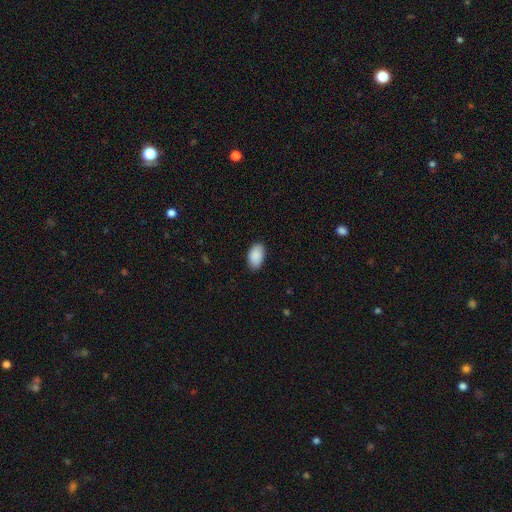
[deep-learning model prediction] smooth-or-featured: smooth: 91% | star or artifact: 6% | featured or disk: 3%
  how-rounded: in between: 94% | round: 4% | cigar-shaped: 1%
  merging: none: 86% | minor disturbance: 11% | major disturbance: 2% | merger: 1%